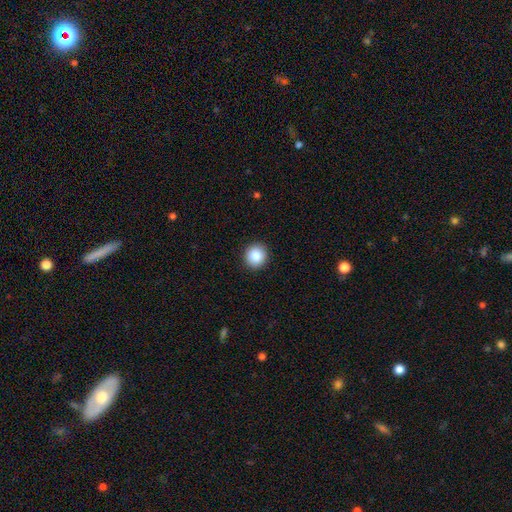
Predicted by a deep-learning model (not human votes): Q: Smooth or featured?
A: smooth (85%); runner-up: star or artifact (9%)
Q: How rounded?
A: round (91%); runner-up: in between (8%)
Q: Merging?
A: none (92%); runner-up: minor disturbance (5%)